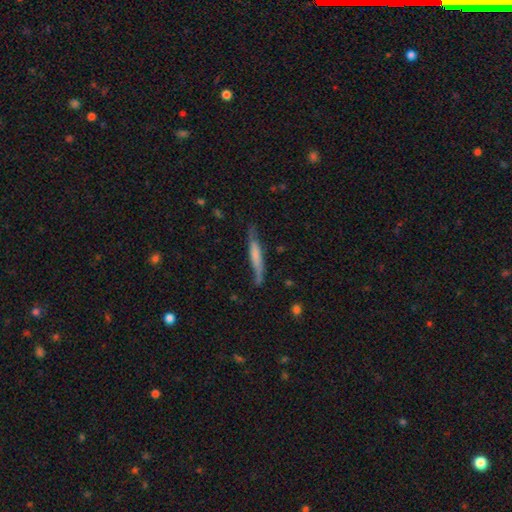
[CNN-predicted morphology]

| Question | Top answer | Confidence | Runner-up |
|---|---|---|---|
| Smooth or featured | smooth | 54% | featured or disk (40%) |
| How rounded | cigar-shaped | 92% | in between (7%) |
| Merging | none | 65% | minor disturbance (25%) |